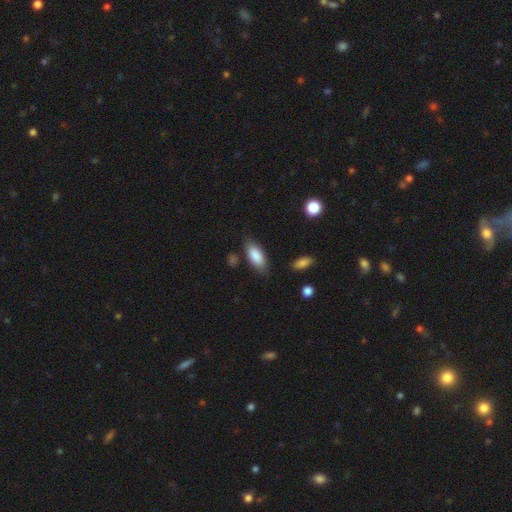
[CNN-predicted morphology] This appears to be a smooth galaxy with no disk features (86%) that is in between round and cigar-shaped (83%). Merging: none (79%).